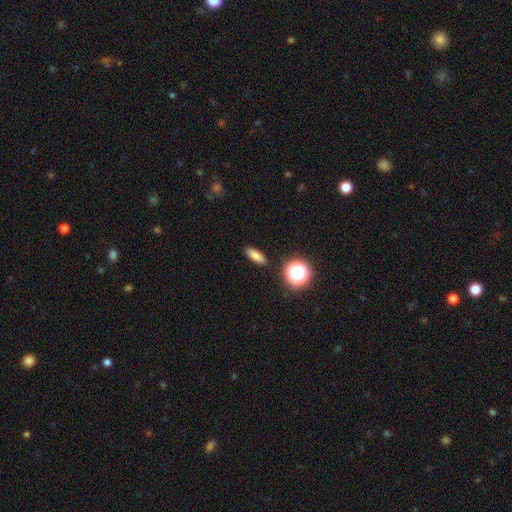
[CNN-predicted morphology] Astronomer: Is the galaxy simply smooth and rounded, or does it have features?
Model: smooth — 78%.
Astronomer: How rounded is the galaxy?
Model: in between — 54% (runner-up: cigar-shaped, 34%).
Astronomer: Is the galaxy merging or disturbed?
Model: none — 89%.